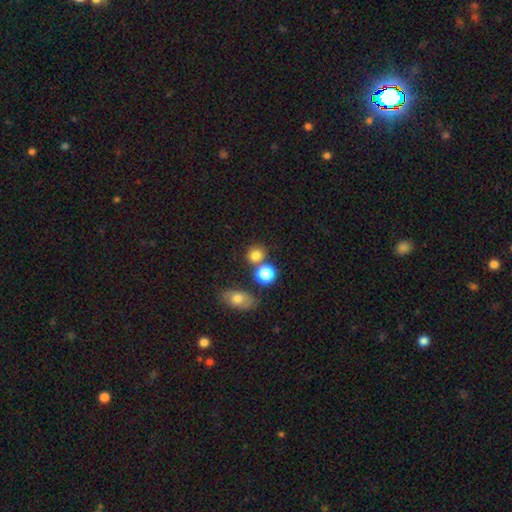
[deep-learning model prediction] smooth 80%, star or artifact 13%, featured or disk 7%. Down the decision tree: how rounded — round (77%); merging — none (68%).